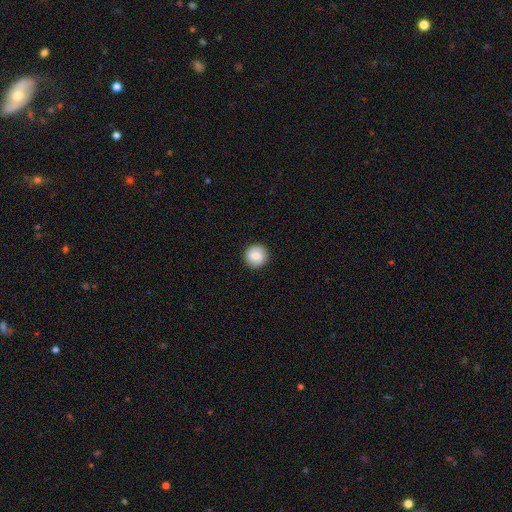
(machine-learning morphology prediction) smooth_or_featured: smooth (p=0.82) [alt: featured or disk p=0.11]
how_rounded: round (p=0.95) [alt: in between p=0.04]
merging: none (p=0.91) [alt: minor disturbance p=0.06]